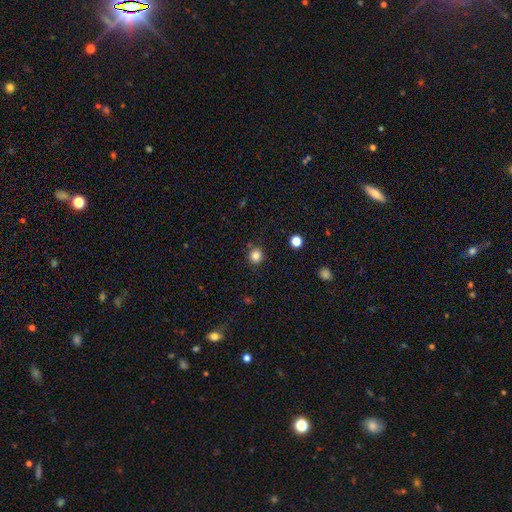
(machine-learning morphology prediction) type=smooth (83%); roundness=round (88%); merging=none (86%).